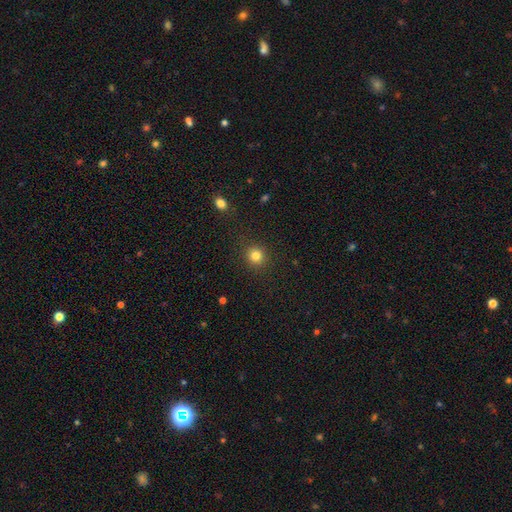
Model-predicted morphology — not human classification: smooth-or-featured: smooth: 83% | star or artifact: 12% | featured or disk: 5%
  how-rounded: round: 91% | in between: 8% | cigar-shaped: 1%
  merging: none: 89% | minor disturbance: 7% | major disturbance: 3% | merger: 1%